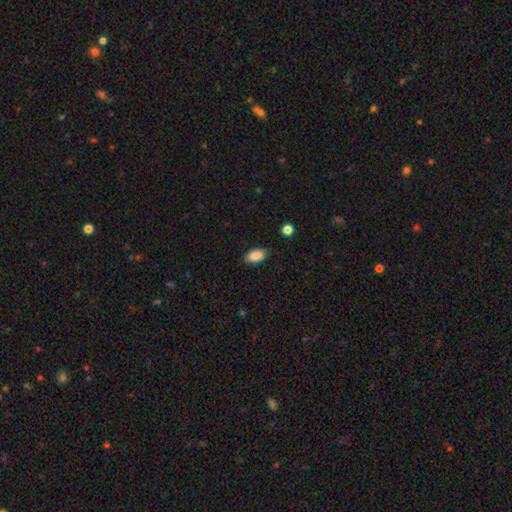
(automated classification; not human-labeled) Morphology: type=smooth (89%); roundness=in between (93%); merging=none (85%).